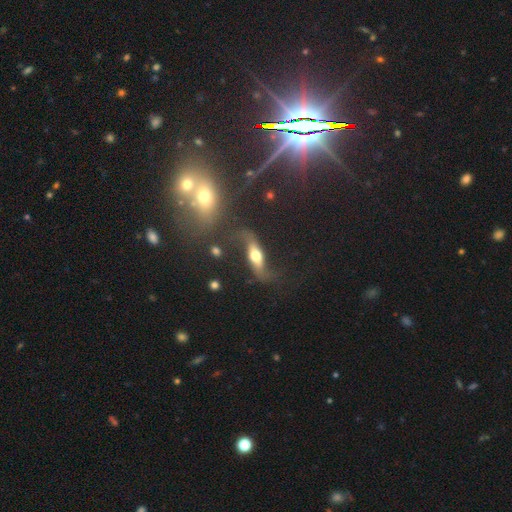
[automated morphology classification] type=featured or disk (66%); edge-on=no (61%); merging=none (56%).